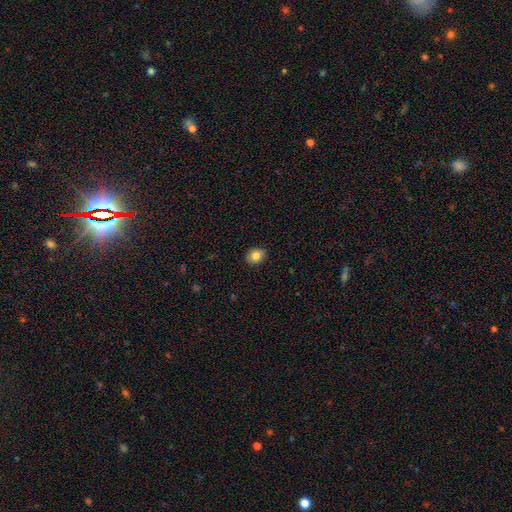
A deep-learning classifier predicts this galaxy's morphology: smooth_or_featured: smooth (p=0.83) [alt: star or artifact p=0.09]
how_rounded: round (p=0.51) [alt: in between p=0.48]
merging: none (p=0.89) [alt: minor disturbance p=0.08]